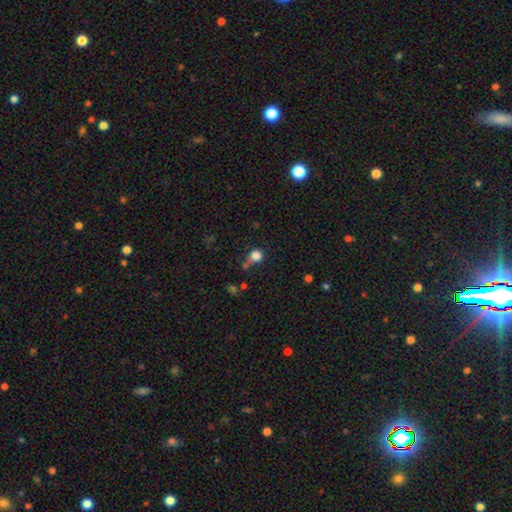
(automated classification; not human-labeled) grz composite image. It shows a smooth galaxy with no disk features (82%) that is round (82%). Merging: none (53%).